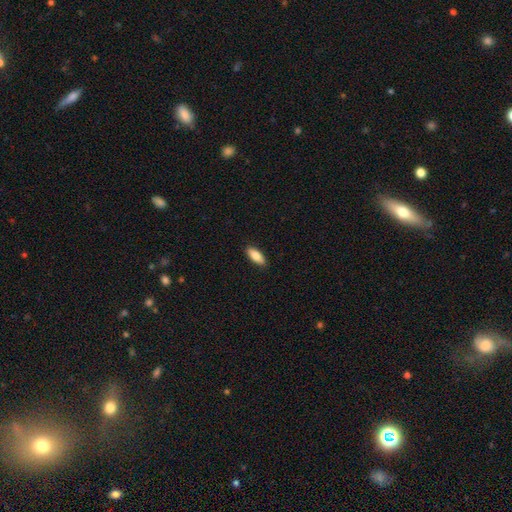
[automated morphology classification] This appears to be a smooth galaxy with no disk features (82%) that is in between round and cigar-shaped (79%). Merging: none (89%).